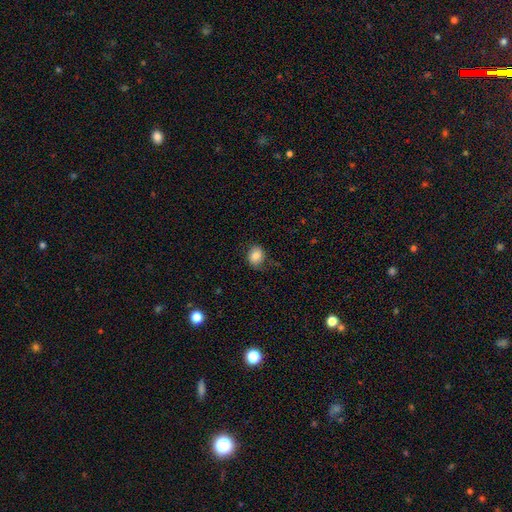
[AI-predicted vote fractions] Overall: smooth (81%). How rounded: round (52%; in between 47%). Merging: none (72%).